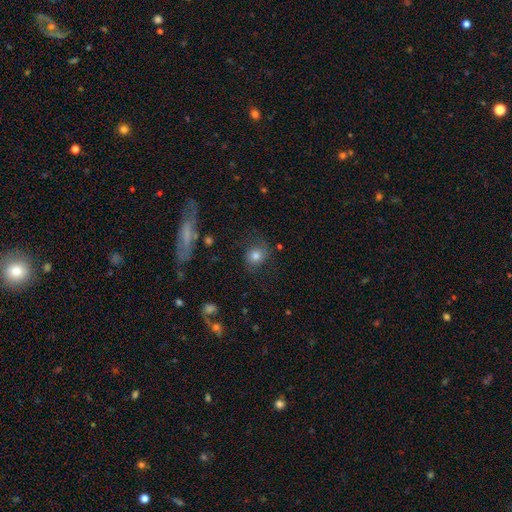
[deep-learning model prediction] Smooth or featured? Predicted: smooth (p=0.67). How rounded? Predicted: round (p=0.73). Merging? Predicted: none (p=0.68).